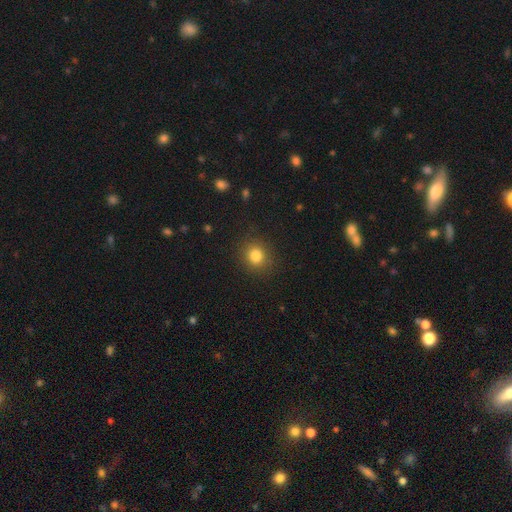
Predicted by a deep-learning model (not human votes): The model was most divided on "how rounded": round: 81%, in between: 18%, cigar-shaped: 1%. More confident: merging — none (88%); smooth or featured — smooth (82%).